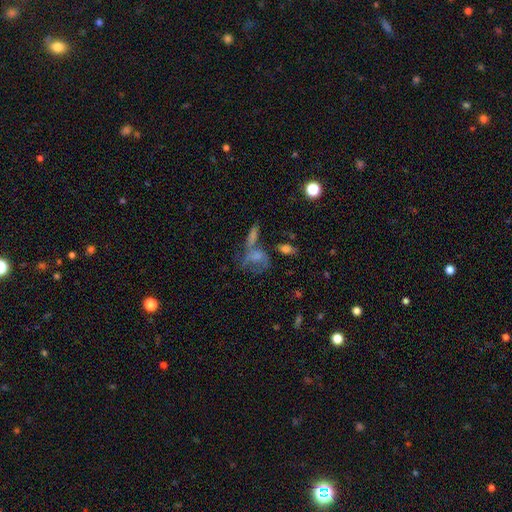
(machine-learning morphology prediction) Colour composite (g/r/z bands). It shows a smooth galaxy with no disk features (54%) that is in between round and cigar-shaped (61%). Merging: merger (37%).